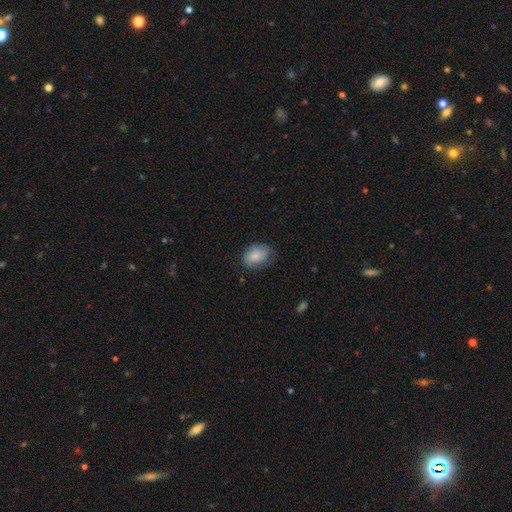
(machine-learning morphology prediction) Smooth or featured: smooth — 81% (featured or disk — 12%)
How rounded: in between — 74% (round — 25%)
Merging: none — 64% (minor disturbance — 27%)